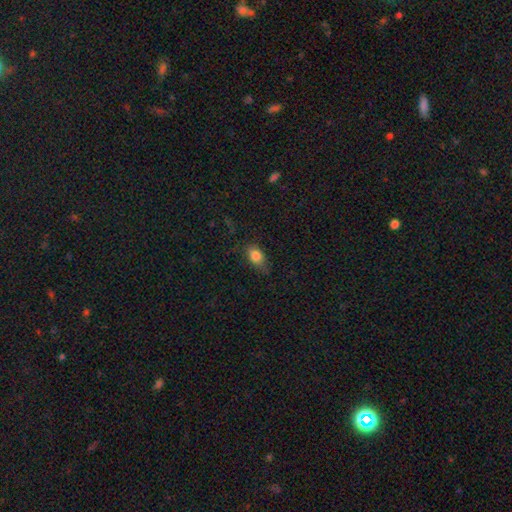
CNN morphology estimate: smooth 82%, featured or disk 9%, star or artifact 9%. Down the decision tree: how rounded — in between (81%); merging — none (68%).